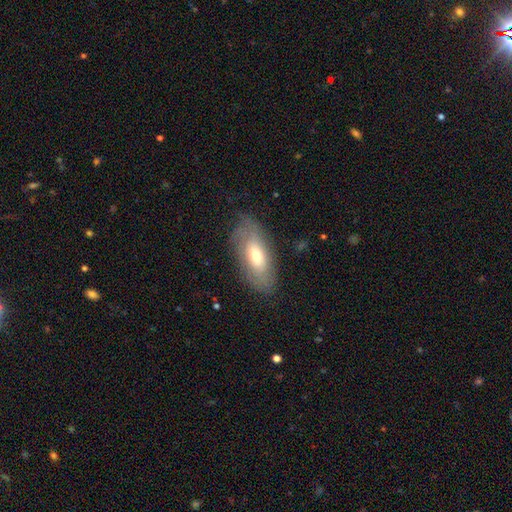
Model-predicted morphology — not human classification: Smooth or featured? smooth (53%)
How rounded? in between (85%)
Merging? none (74%)